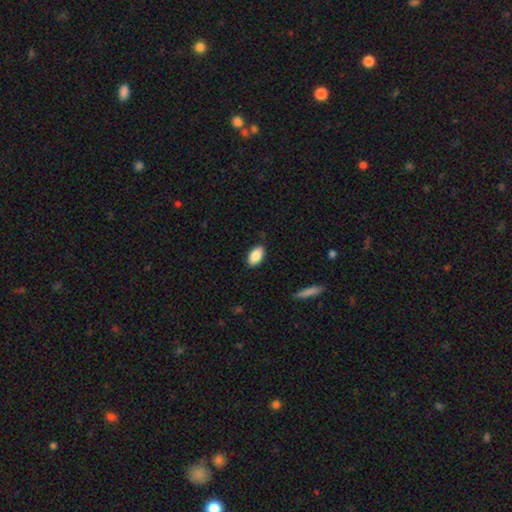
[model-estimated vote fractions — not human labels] A smooth galaxy with no disk features (87%) that is in between round and cigar-shaped (94%).

Vote fractions:
- Smooth or featured? smooth: 87% / star or artifact: 7% / featured or disk: 6%
- How rounded? in between: 94% / round: 4% / cigar-shaped: 2%
- Merging? none: 87% / minor disturbance: 10% / major disturbance: 2% / merger: 1%